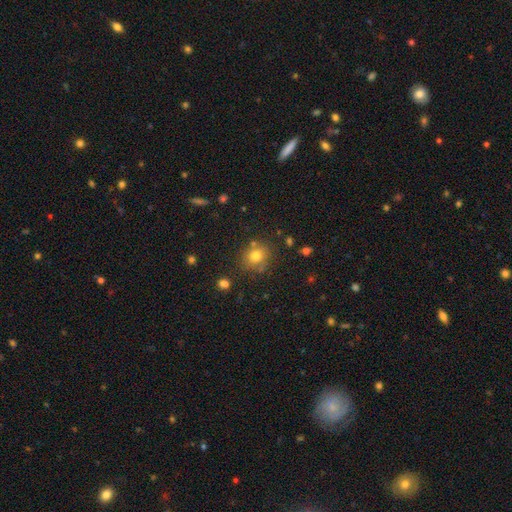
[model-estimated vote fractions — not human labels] This appears to be a smooth galaxy with no disk features (77%) that is round (78%). Merging: none (76%).